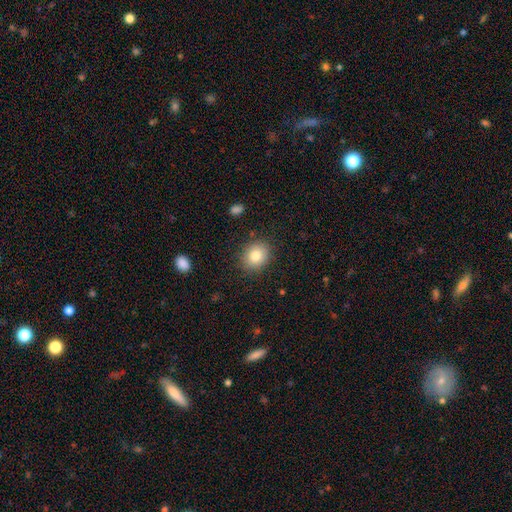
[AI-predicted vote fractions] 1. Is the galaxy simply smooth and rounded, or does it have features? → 82% smooth, 9% star or artifact, 9% featured or disk.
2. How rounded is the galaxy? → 62% round, 37% in between, 1% cigar-shaped.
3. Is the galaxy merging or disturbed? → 87% none, 9% minor disturbance, 3% major disturbance, 1% merger.